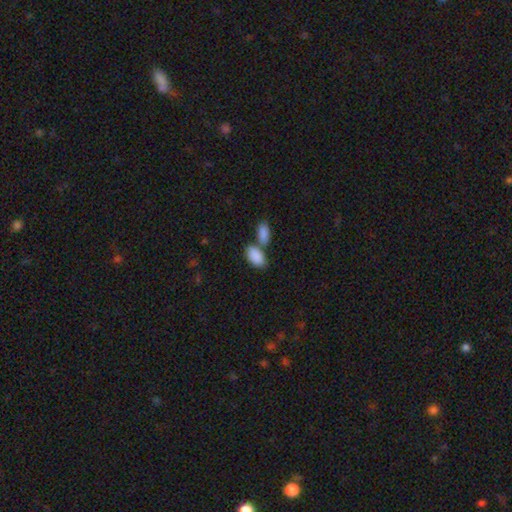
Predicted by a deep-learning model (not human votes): Smooth or featured: smooth — 89% (star or artifact — 6%)
How rounded: in between — 94% (round — 3%)
Merging: none — 46% (merger — 40%)